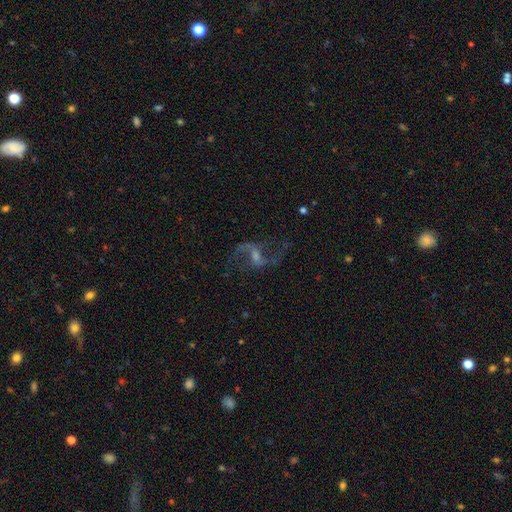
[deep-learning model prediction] Morphology: type=featured or disk (86%); edge-on=no (96%); bar=weak (53%); spiral arms=yes (95%); winding=loose (79%); arm count=2 (92%); bulge=small (45%); merging=none (73%).